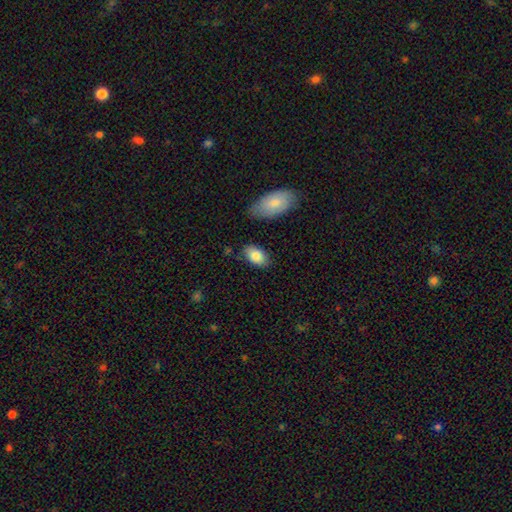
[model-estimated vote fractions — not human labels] This is clearly a smooth galaxy (85%). How rounded: clearly in between (93%). Merging: clearly none (81%).